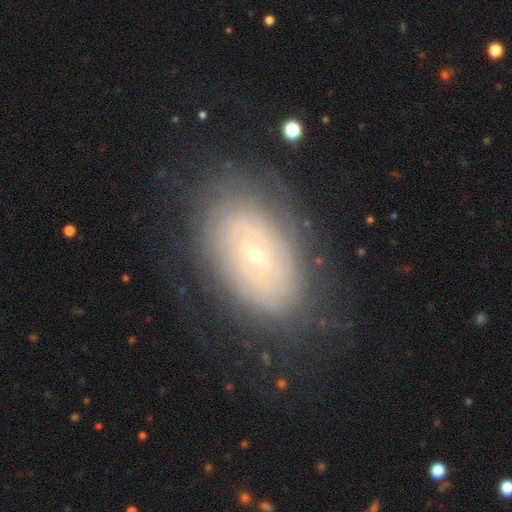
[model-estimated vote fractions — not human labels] smooth-or-featured: featured or disk: 68% | smooth: 23% | star or artifact: 9%
  disk-edge-on: no: 93% | yes: 7%
    bar: no: 45% | weak: 41% | strong: 13%
    has-spiral-arms: yes: 73% | no: 27%
    bulge-size: small: 79% | moderate: 17% | none: 2% | large: 1% | dominant: 1%
  merging: none: 78% | minor disturbance: 15% | major disturbance: 6% | merger: 1%